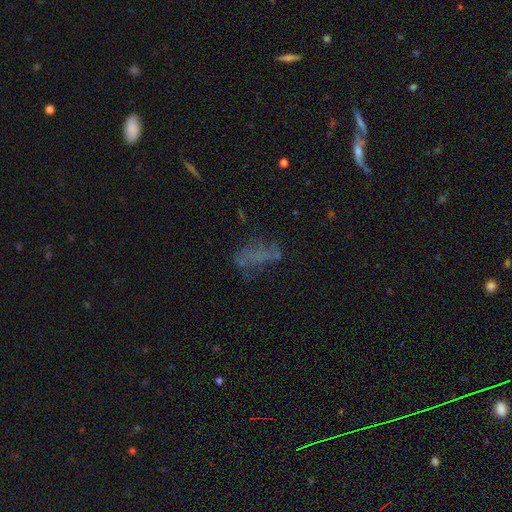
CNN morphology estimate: smooth_or_featured: smooth (p=0.42) [alt: featured or disk p=0.36]
merging: none (p=0.45) [alt: major disturbance p=0.28]